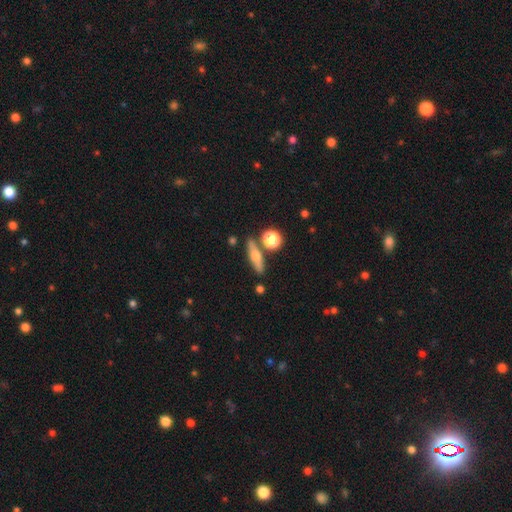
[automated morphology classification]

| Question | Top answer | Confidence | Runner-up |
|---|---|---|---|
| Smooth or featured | featured or disk | 46% | smooth (45%) |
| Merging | none | 79% | minor disturbance (10%) |